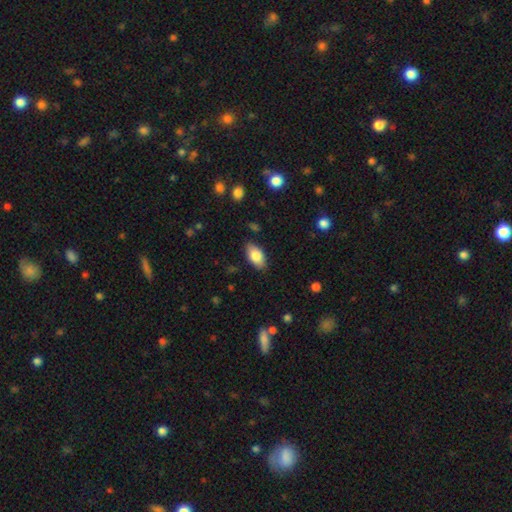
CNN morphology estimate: type=smooth (82%); roundness=in between (93%); merging=none (85%).